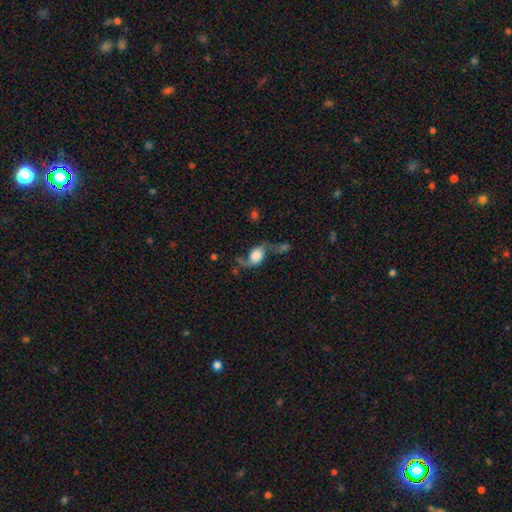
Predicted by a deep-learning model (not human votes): This is likely a featured or disk galaxy (62%). It is clearly not viewed edge-on (92%). Bar: likely no (66%). Spiral arm pattern: clearly yes (88%). Spiral arm count: clearly 2 (83%). Spiral winding: clearly loose (87%). Central bulge: marginally large (45%). Merging: marginally none (37%).